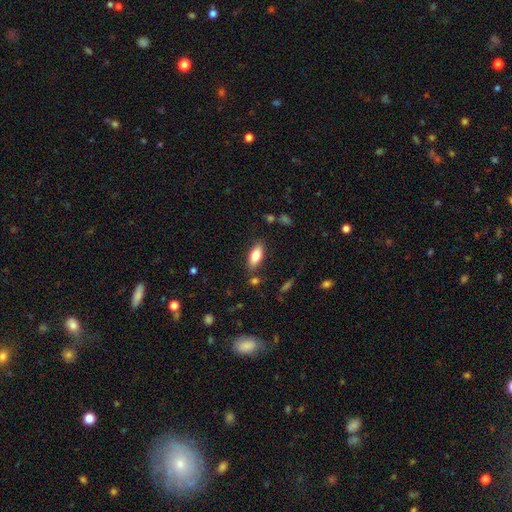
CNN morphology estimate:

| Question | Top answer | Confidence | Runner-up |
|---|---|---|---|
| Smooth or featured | smooth | 73% | featured or disk (20%) |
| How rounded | in between | 77% | cigar-shaped (21%) |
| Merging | none | 83% | minor disturbance (11%) |